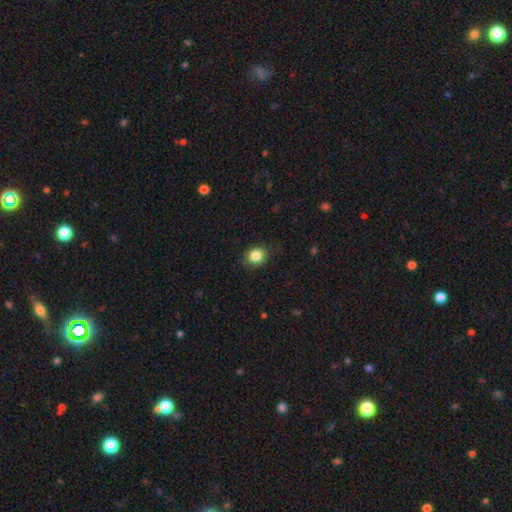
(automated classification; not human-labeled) Smooth or featured?
  - smooth: 85% *
  - star or artifact: 10%
  - featured or disk: 6%
How rounded?
  - round: 75% *
  - in between: 24%
  - cigar-shaped: 1%
Merging?
  - none: 85% *
  - minor disturbance: 11%
  - major disturbance: 3%
  - merger: 1%